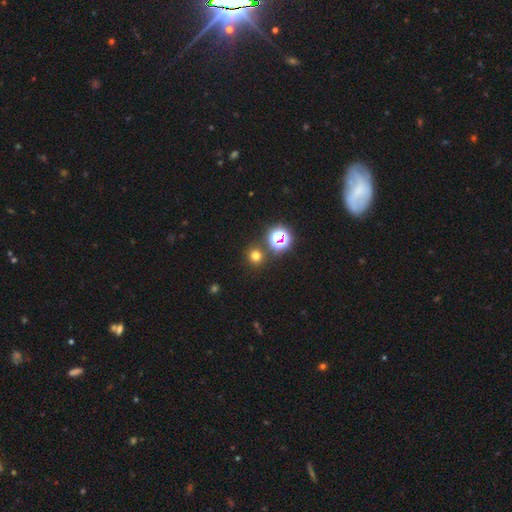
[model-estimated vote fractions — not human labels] Q: Smooth or featured?
A: smooth (68%); runner-up: star or artifact (25%)
Q: How rounded?
A: round (92%); runner-up: in between (7%)
Q: Merging?
A: none (82%); runner-up: merger (8%)